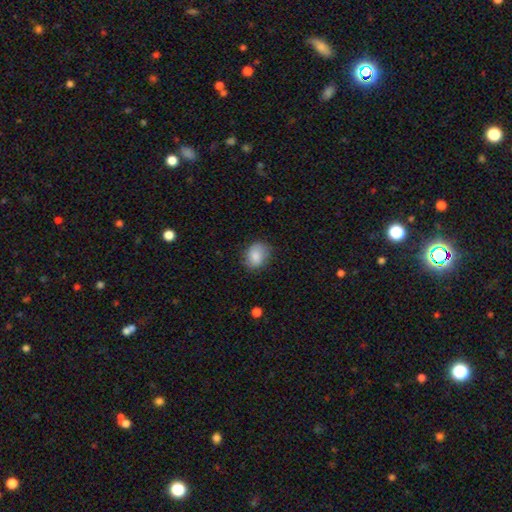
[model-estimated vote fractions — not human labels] This is clearly a smooth galaxy (84%). How rounded: possibly in between (53%). Merging: likely none (75%).